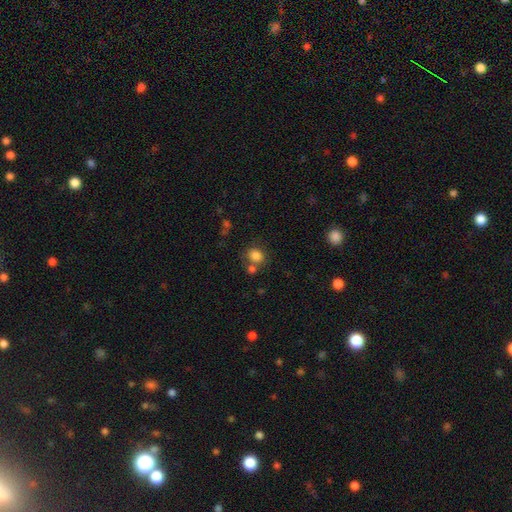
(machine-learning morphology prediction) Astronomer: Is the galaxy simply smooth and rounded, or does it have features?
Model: smooth — 82%.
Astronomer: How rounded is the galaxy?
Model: round — 67%.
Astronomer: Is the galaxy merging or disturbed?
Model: none — 60%.